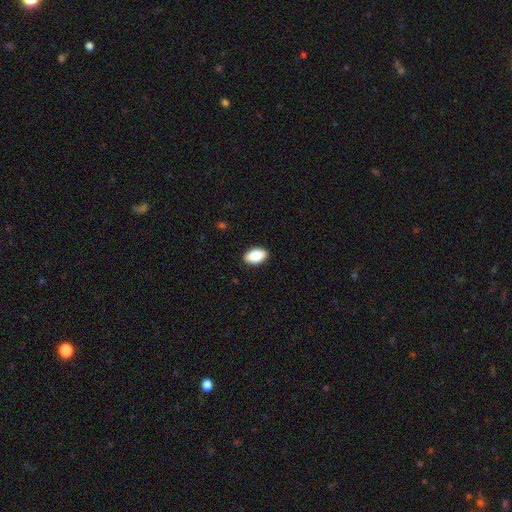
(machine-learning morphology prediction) A smooth galaxy with no disk features (84%) that is in between round and cigar-shaped (93%). Merging: none (90%).